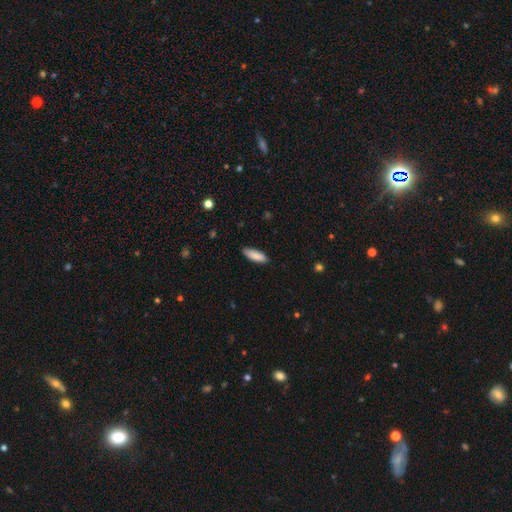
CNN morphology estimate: smooth-or-featured: smooth: 88% | featured or disk: 7% | star or artifact: 6%
  how-rounded: in between: 51% | cigar-shaped: 47% | round: 2%
  merging: none: 87% | minor disturbance: 10% | major disturbance: 2% | merger: 1%